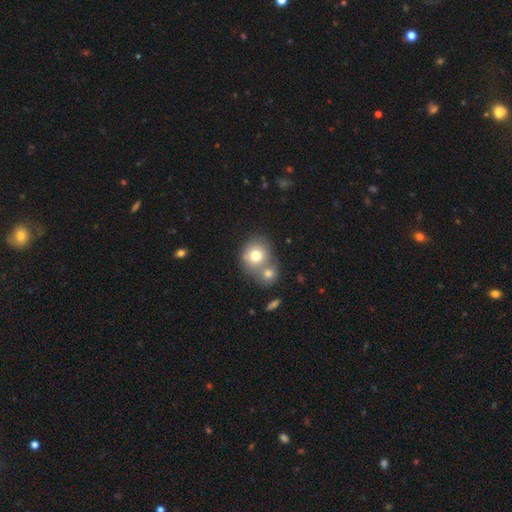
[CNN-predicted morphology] A smooth galaxy with no disk features (74%) that is round (74%). Merging: merger (50%).